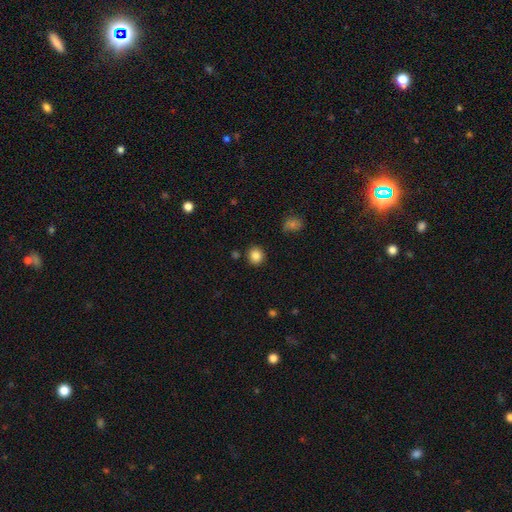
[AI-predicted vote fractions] Smooth or featured? Predicted: smooth (p=0.86). How rounded? Predicted: round (p=0.84). Merging? Predicted: none (p=0.88).